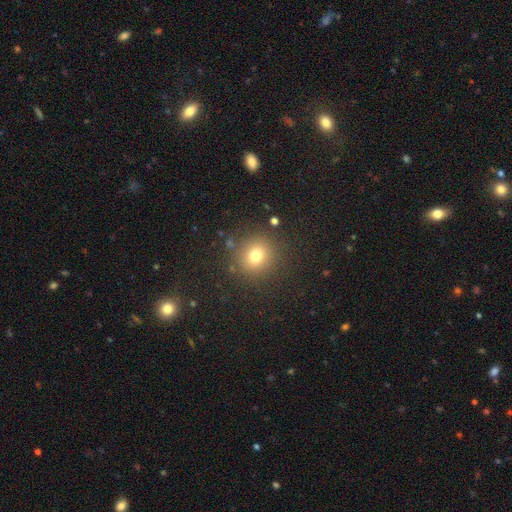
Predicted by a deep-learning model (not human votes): Smooth or featured?
  - smooth: 75% *
  - star or artifact: 16%
  - featured or disk: 9%
How rounded?
  - round: 87% *
  - in between: 12%
  - cigar-shaped: 1%
Merging?
  - none: 86% *
  - minor disturbance: 8%
  - major disturbance: 4%
  - merger: 2%